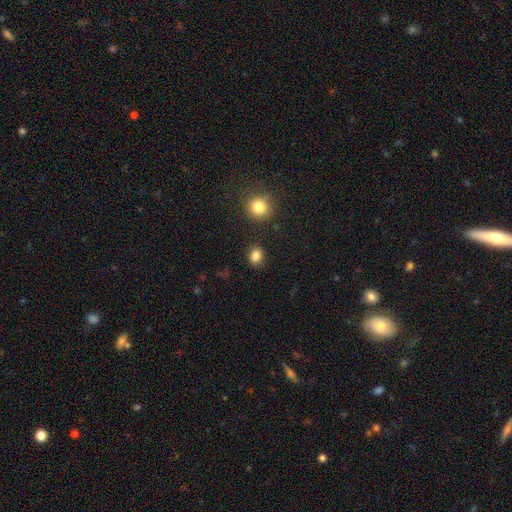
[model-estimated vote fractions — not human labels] Smooth or featured: smooth — 85% (star or artifact — 11%)
How rounded: round — 54% (in between — 45%)
Merging: none — 84% (minor disturbance — 10%)